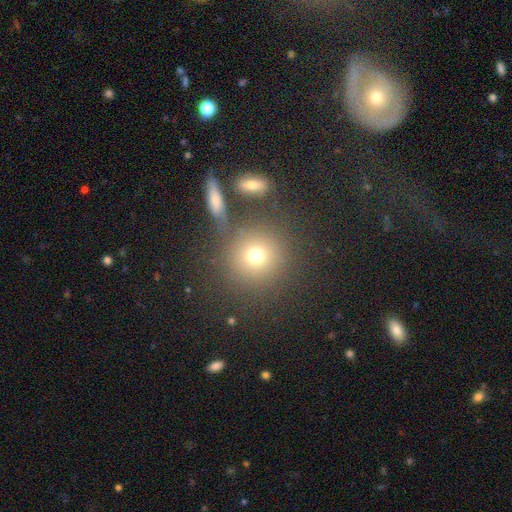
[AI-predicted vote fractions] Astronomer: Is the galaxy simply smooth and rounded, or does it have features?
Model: smooth — 72%.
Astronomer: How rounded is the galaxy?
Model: round — 90%.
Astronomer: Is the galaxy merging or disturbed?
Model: none — 76%.